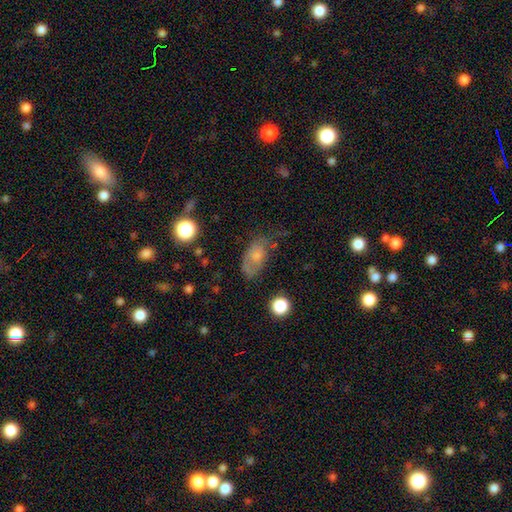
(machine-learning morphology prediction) A smooth galaxy with no disk features (64%) that is in between round and cigar-shaped (88%). Merging: none (48%).